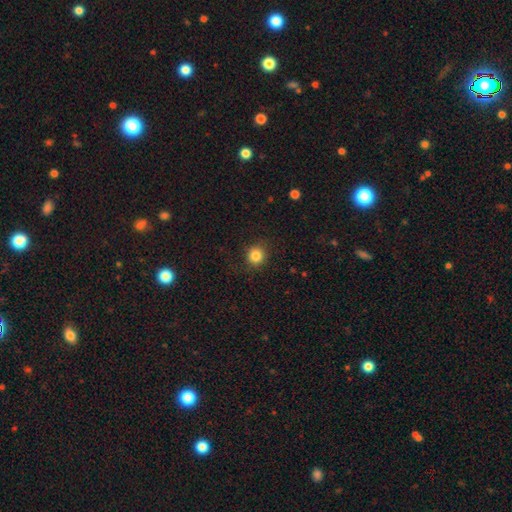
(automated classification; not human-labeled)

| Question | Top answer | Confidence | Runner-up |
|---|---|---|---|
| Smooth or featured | smooth | 84% | star or artifact (11%) |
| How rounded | round | 91% | in between (8%) |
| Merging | none | 88% | minor disturbance (8%) |